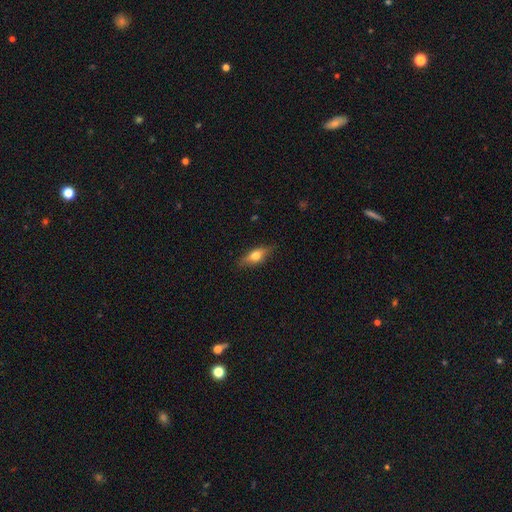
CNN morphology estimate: Smooth or featured? smooth (47%)
Merging? none (85%)